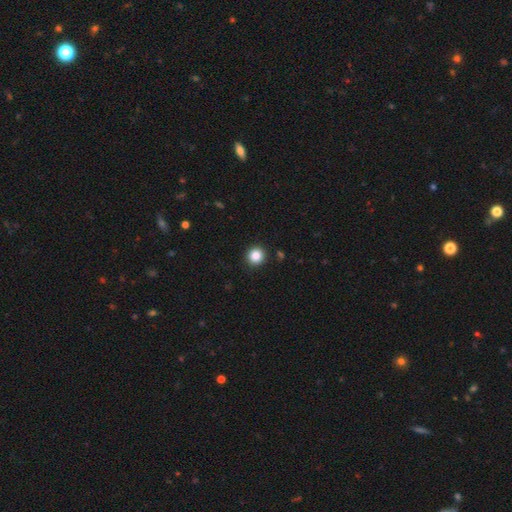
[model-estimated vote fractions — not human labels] The model was most divided on "smooth or featured": smooth: 86%, star or artifact: 11%, featured or disk: 4%. More confident: how rounded — round (92%); merging — none (92%).